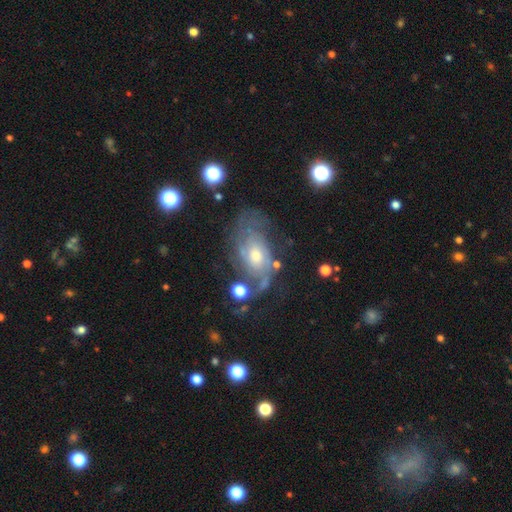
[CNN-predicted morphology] Smooth or featured: featured or disk — 81% (smooth — 11%)
Edge-on disk: no — 96% (yes — 4%)
Bar: no — 69% (weak — 26%)
Spiral arms: yes — 91% (no — 9%)
Spiral winding: tight — 44% (medium — 39%)
Spiral arm count: 2 — 37% (can't tell — 34%)
Bulge size: moderate — 58% (small — 31%)
Merging: none — 57% (minor disturbance — 20%)